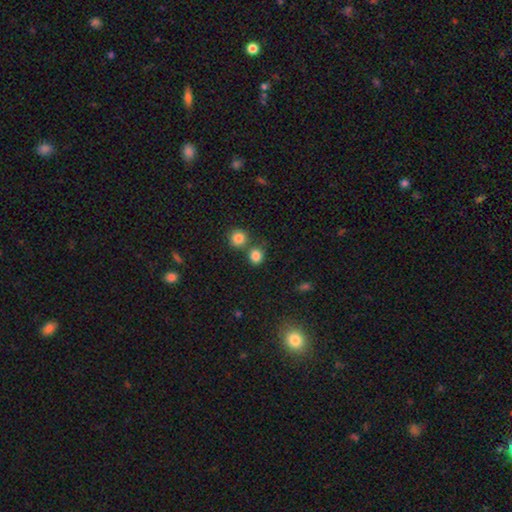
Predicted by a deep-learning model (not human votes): smooth_or_featured: smooth (p=0.83) [alt: star or artifact p=0.12]
how_rounded: round (p=0.77) [alt: in between p=0.22]
merging: none (p=0.62) [alt: merger p=0.26]